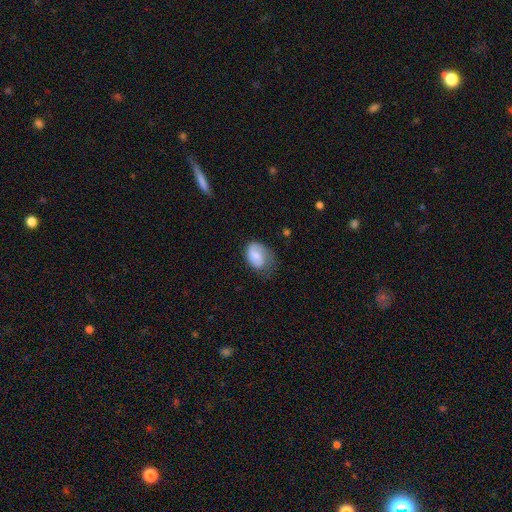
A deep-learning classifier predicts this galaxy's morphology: type=smooth (59%); roundness=in between (78%); merging=none (45%).